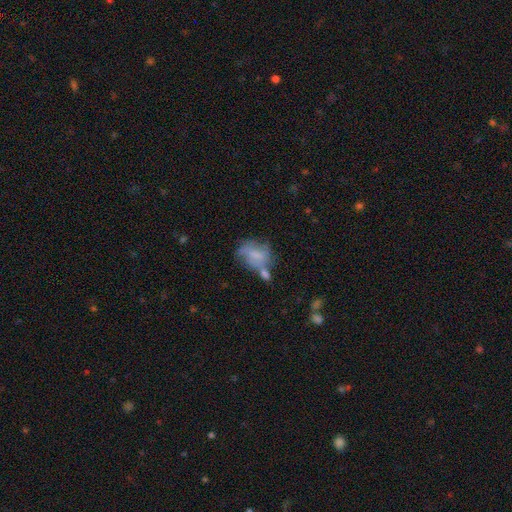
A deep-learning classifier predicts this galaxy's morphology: smooth 54%, featured or disk 36%, star or artifact 10%. Down the decision tree: how rounded — in between (71%); merging — none (30%).